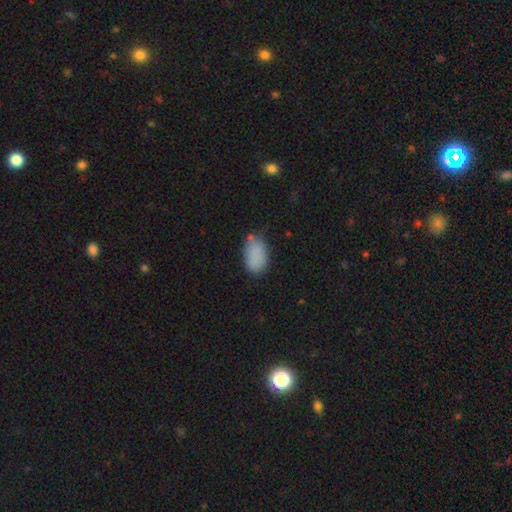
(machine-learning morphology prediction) smooth-or-featured: smooth: 84% | star or artifact: 9% | featured or disk: 7%
  how-rounded: in between: 91% | round: 7% | cigar-shaped: 2%
  merging: none: 57% | minor disturbance: 30% | major disturbance: 8% | merger: 5%